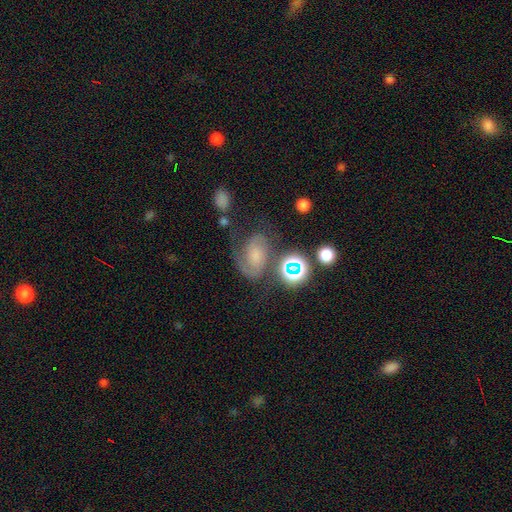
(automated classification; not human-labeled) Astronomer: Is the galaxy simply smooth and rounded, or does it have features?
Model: featured or disk — 62%.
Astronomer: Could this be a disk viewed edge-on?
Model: no — 97%.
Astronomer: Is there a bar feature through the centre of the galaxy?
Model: no — 64%.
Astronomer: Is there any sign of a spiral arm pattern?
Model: yes — 91%.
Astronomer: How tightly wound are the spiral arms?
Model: medium — 47% (runner-up: tight, 37%).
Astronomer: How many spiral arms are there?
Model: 2 — 73%.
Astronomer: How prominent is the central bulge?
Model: small — 33% (runner-up: moderate, 32%).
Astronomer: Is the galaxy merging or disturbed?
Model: none — 53%.